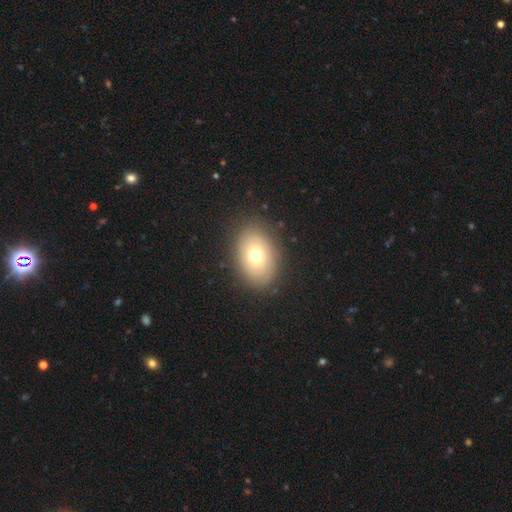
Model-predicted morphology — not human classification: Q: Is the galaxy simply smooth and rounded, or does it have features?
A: smooth — 66%.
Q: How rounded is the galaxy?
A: in between — 77%.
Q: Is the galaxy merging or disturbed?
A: none — 84%.